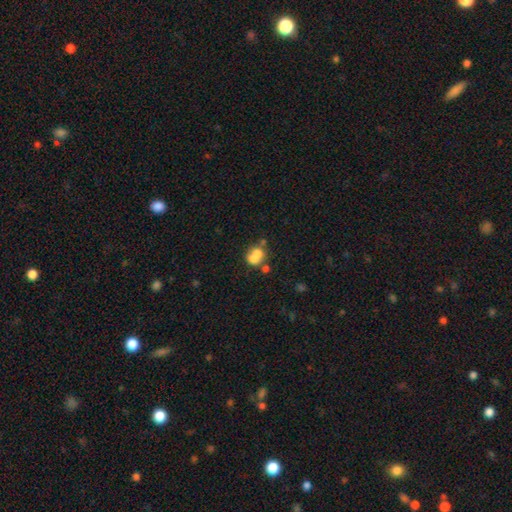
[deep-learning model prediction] smooth 64%, featured or disk 24%, star or artifact 12%. Down the decision tree: how rounded — round (67%); merging — merger (58%).